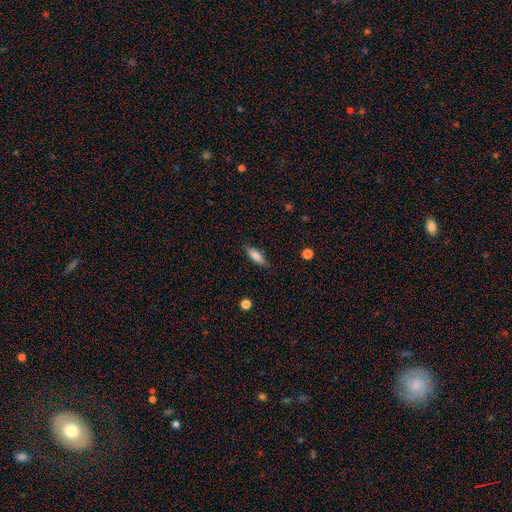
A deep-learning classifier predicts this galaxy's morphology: Smooth or featured: smooth — 76% (featured or disk — 17%)
How rounded: in between — 54% (cigar-shaped — 44%)
Merging: none — 82% (minor disturbance — 14%)